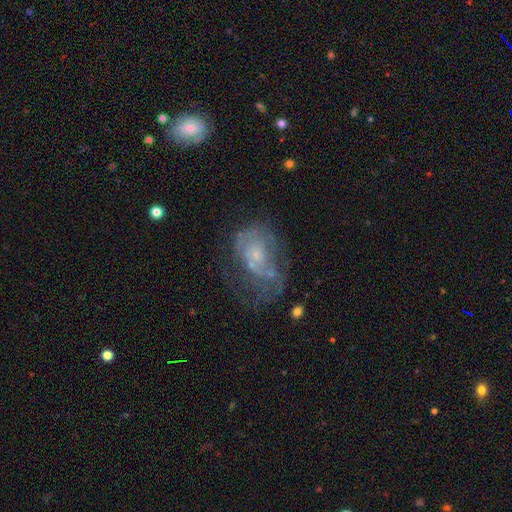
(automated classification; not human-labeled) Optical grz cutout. It shows a featured or disk galaxy (60%) with no bar (81%), spiral arms (50%, tied with no) and a small central bulge (61%). Merging: major disturbance (37%).